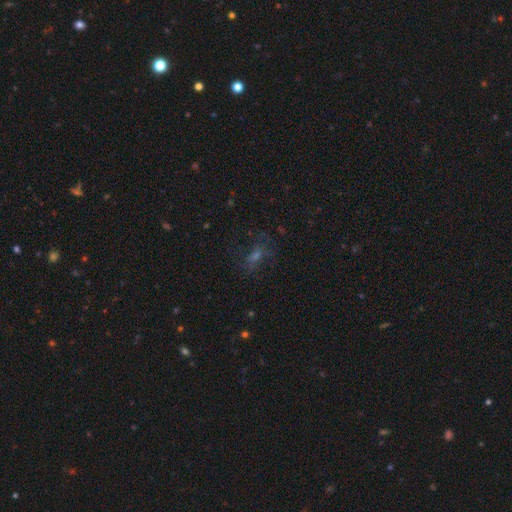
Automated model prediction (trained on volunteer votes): A star or artifact, not a galaxy (39%).